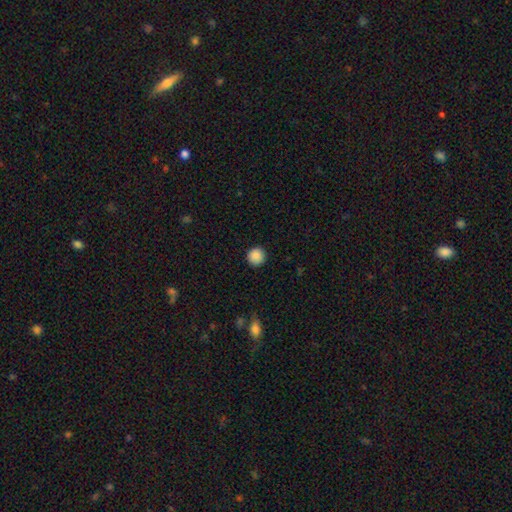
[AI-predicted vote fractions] smooth_or_featured: smooth (p=0.88) [alt: star or artifact p=0.09]
how_rounded: round (p=0.94) [alt: in between p=0.05]
merging: none (p=0.91) [alt: minor disturbance p=0.06]